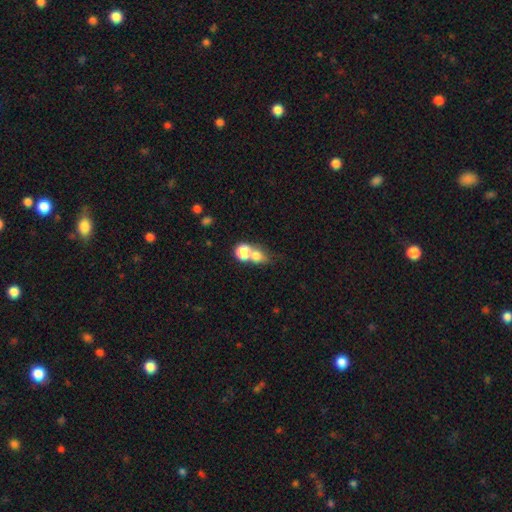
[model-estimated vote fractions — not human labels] Smooth or featured? Predicted: smooth (p=0.74). How rounded? Predicted: round (p=0.67). Merging? Predicted: merger (p=0.54).